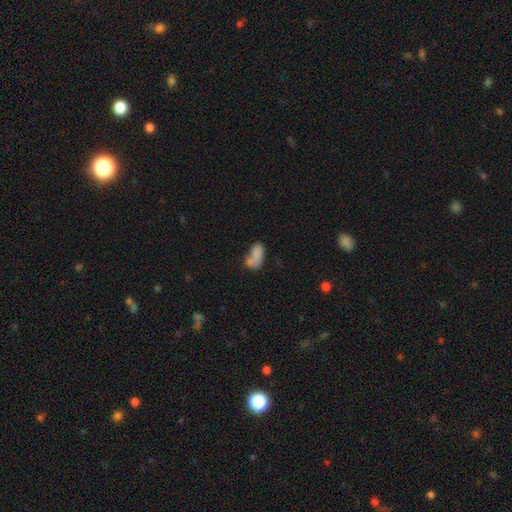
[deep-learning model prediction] Morphology: type=smooth (77%); roundness=in between (88%); merging=merger (39%).